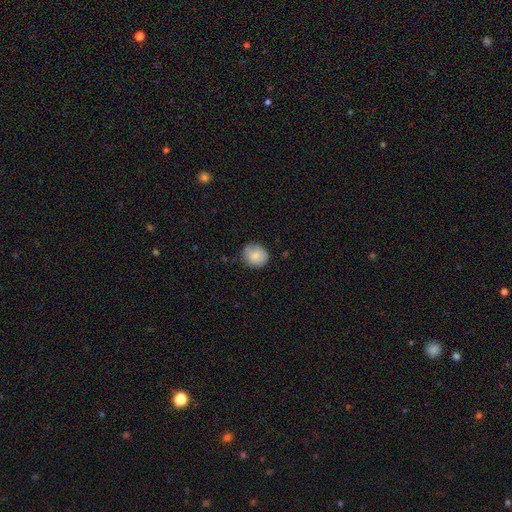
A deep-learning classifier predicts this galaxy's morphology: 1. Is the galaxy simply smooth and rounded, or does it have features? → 82% smooth, 11% featured or disk, 8% star or artifact.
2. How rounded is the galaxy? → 76% round, 23% in between, 1% cigar-shaped.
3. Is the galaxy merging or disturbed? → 71% none, 23% minor disturbance, 5% major disturbance, 1% merger.